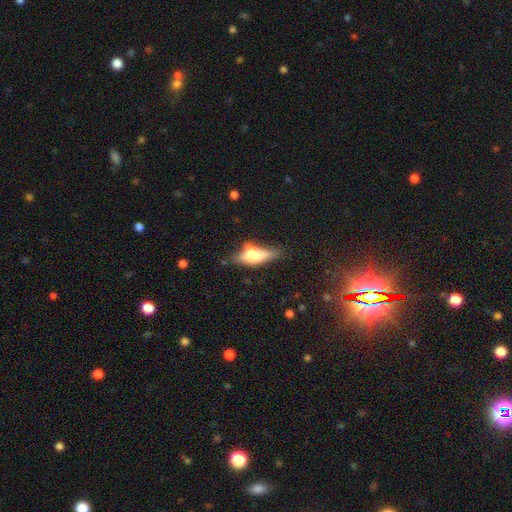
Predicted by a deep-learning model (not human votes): This appears to be a smooth galaxy with no disk features (46%). Merging: none (56%).